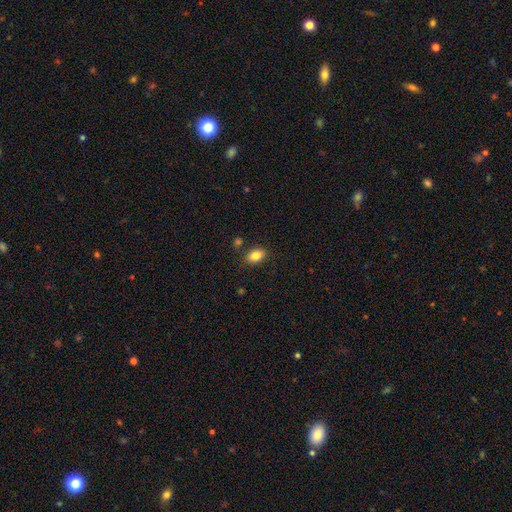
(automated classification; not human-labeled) A smooth galaxy with no disk features (85%) that is in between round and cigar-shaped (83%). Merging: none (83%).